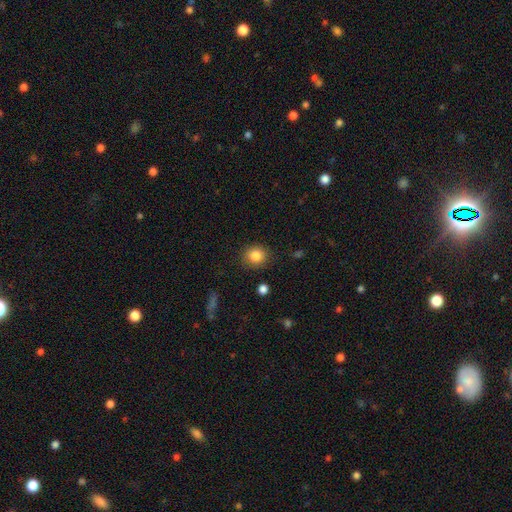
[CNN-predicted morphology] type=smooth (84%); roundness=round (81%); merging=none (88%).